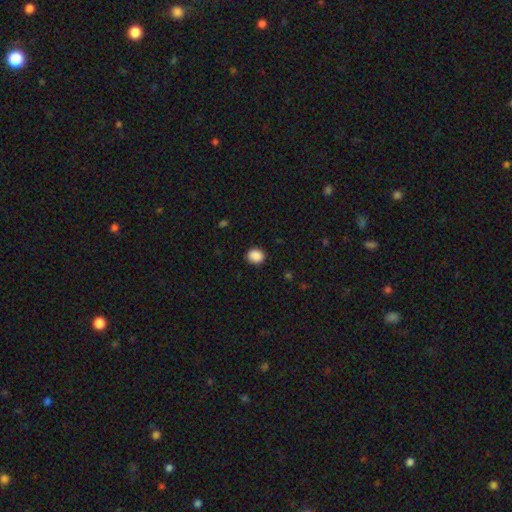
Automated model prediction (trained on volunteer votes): smooth 89%, star or artifact 8%, featured or disk 3%. Down the decision tree: how rounded — round (60%); merging — none (88%).